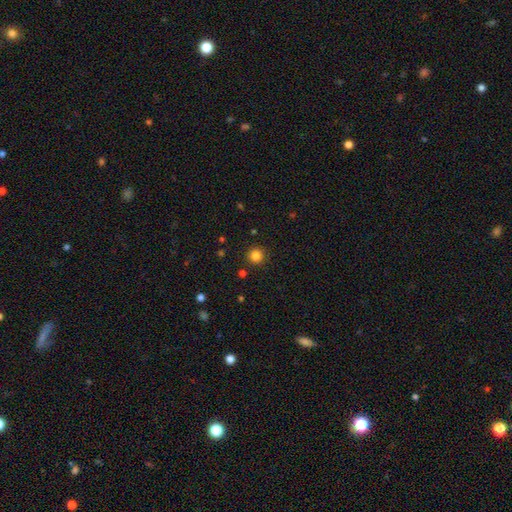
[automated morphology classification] A smooth galaxy with no disk features (83%) that is round (95%). Merging: none (91%).